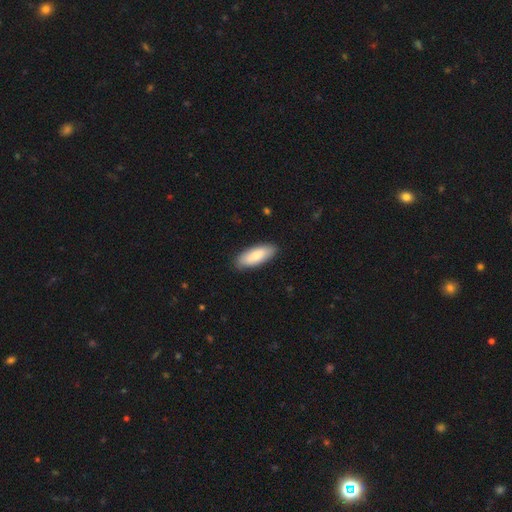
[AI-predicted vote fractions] Morphology: type=smooth (82%); roundness=in between (76%); merging=none (87%).